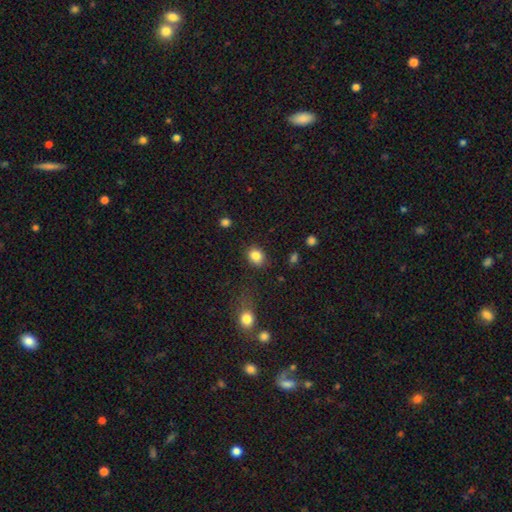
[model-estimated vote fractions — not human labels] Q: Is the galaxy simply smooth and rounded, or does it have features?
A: smooth — 84%.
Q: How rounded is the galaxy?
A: round — 56%.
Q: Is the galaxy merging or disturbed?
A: none — 84%.